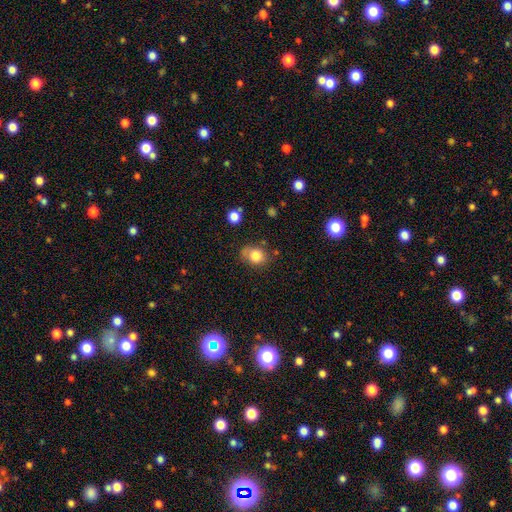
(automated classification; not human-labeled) Smooth or featured? Predicted: smooth (p=0.80). How rounded? Predicted: round (p=0.60). Merging? Predicted: none (p=0.58).